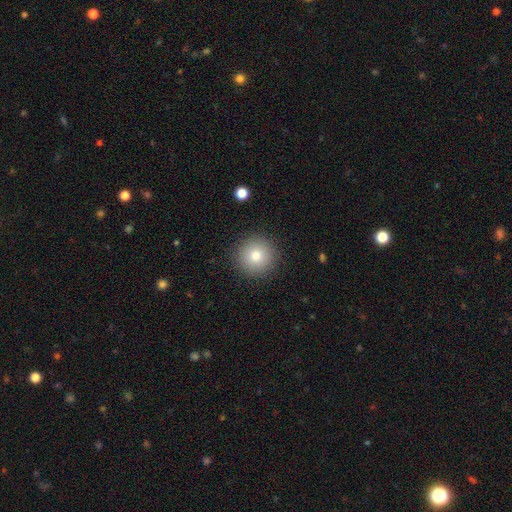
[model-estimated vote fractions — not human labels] A smooth galaxy with no disk features (80%) that is round (96%). Merging: none (91%).